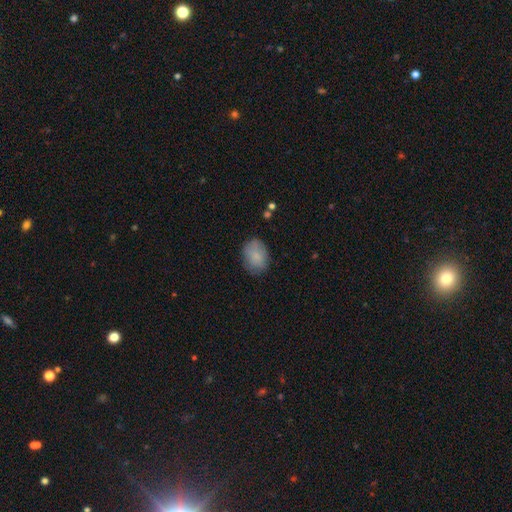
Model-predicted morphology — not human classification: A smooth galaxy with no disk features (84%) that is in between round and cigar-shaped (71%).

Vote fractions:
- Smooth or featured? smooth: 84% / featured or disk: 9% / star or artifact: 7%
- How rounded? in between: 71% / round: 27% / cigar-shaped: 1%
- Merging? none: 77% / minor disturbance: 17% / major disturbance: 4% / merger: 1%